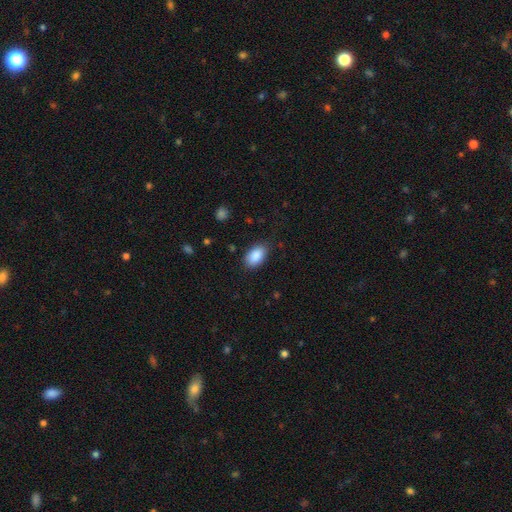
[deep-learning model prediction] A smooth galaxy with no disk features (89%) that is in between round and cigar-shaped (93%).

Vote fractions:
- Smooth or featured? smooth: 89% / star or artifact: 7% / featured or disk: 4%
- How rounded? in between: 93% / round: 6% / cigar-shaped: 2%
- Merging? none: 82% / minor disturbance: 14% / major disturbance: 3% / merger: 1%